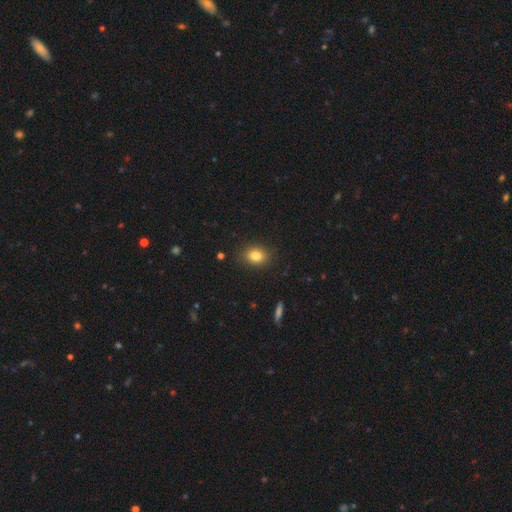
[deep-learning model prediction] Overall: smooth (83%). How rounded: in between (62%; round 37%). Merging: none (87%).